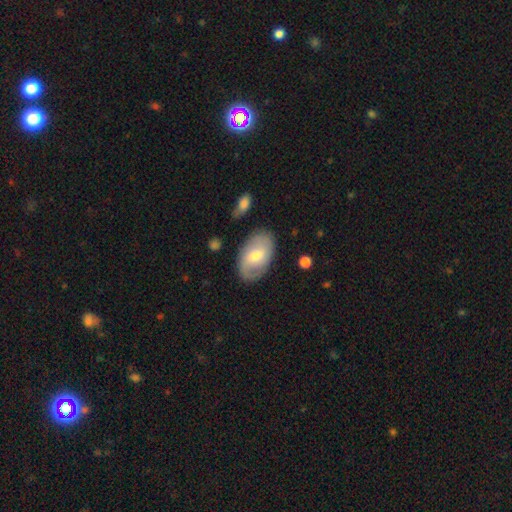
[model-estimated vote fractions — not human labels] A featured or disk galaxy (47%, tied with smooth).

Vote fractions:
- Smooth or featured? featured or disk: 47% (tied) / smooth: 47% (tied) / star or artifact: 6%
- Merging? none: 80% / minor disturbance: 15% / major disturbance: 4% / merger: 2%